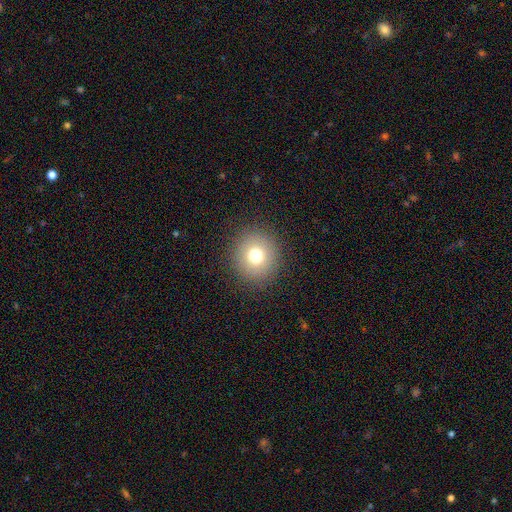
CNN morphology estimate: The model was most divided on "smooth or featured": smooth: 74%, star or artifact: 14%, featured or disk: 12%. More confident: how rounded — round (91%); merging — none (90%).